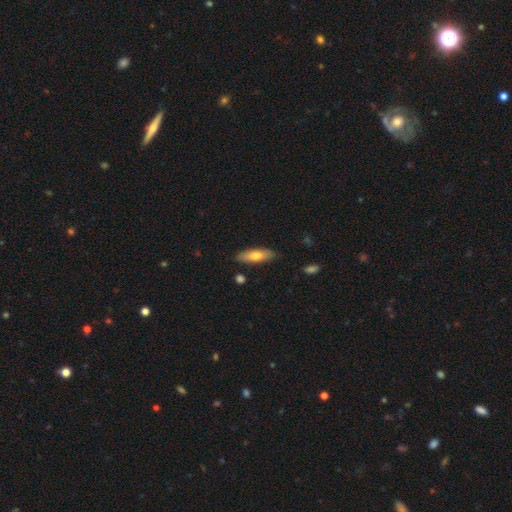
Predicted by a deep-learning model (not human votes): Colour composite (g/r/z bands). It shows a smooth galaxy with no disk features (71%) that is in between round and cigar-shaped (52%). Merging: none (85%).